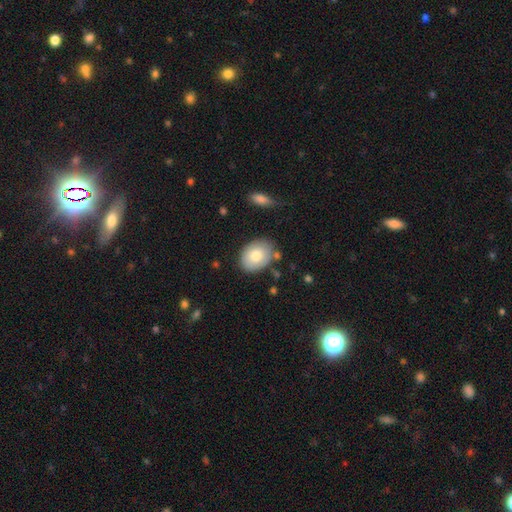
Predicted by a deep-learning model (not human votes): Smooth or featured: smooth — 78% (featured or disk — 16%)
How rounded: in between — 73% (round — 26%)
Merging: none — 77% (minor disturbance — 15%)